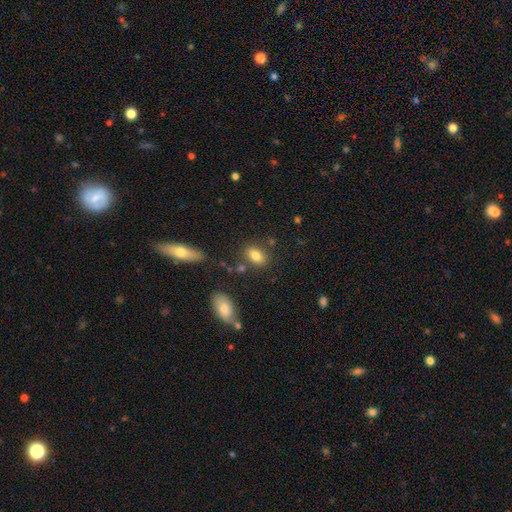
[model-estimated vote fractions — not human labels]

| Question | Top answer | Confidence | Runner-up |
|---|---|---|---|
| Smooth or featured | smooth | 81% | featured or disk (10%) |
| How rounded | in between | 81% | round (17%) |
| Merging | none | 77% | minor disturbance (12%) |